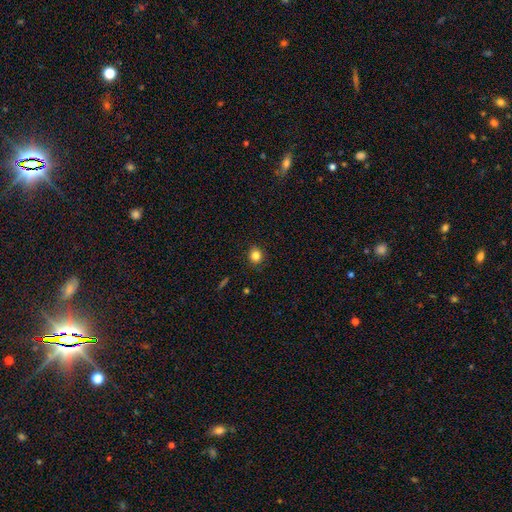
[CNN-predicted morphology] Q: Smooth or featured?
A: smooth (83%); runner-up: star or artifact (12%)
Q: How rounded?
A: round (81%); runner-up: in between (18%)
Q: Merging?
A: none (89%); runner-up: minor disturbance (8%)